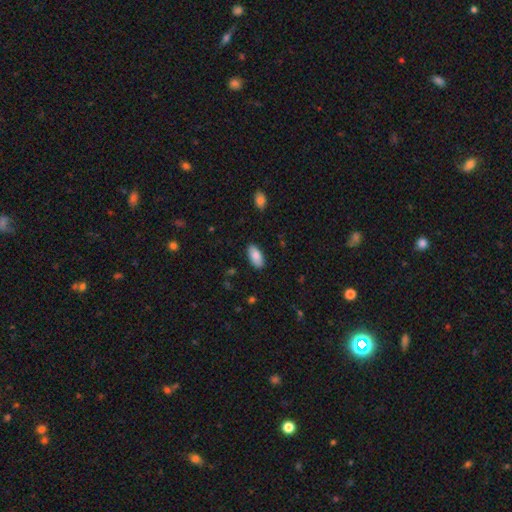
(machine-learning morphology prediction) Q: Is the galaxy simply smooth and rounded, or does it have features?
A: smooth — 88%.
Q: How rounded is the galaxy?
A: in between — 93%.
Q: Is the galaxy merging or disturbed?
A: none — 88%.